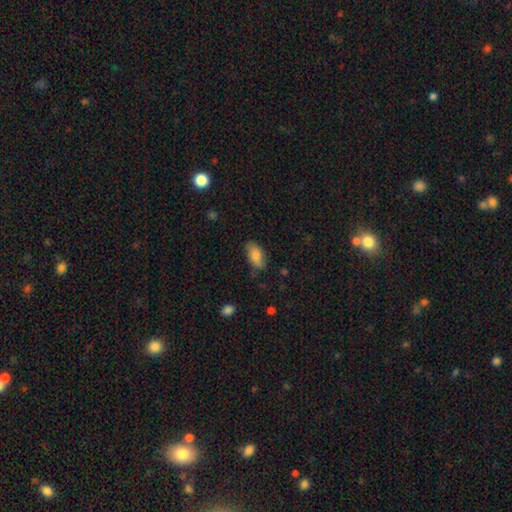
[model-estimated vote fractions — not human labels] Morphology: type=smooth (82%); roundness=in between (92%); merging=none (71%).